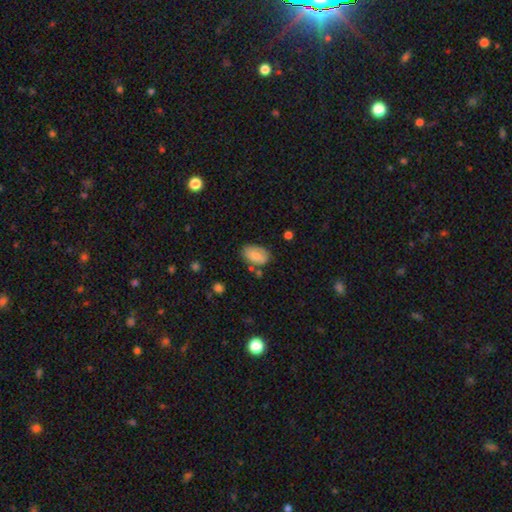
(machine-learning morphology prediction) smooth-or-featured: smooth: 84% | featured or disk: 9% | star or artifact: 7%
  how-rounded: in between: 92% | round: 6% | cigar-shaped: 1%
  merging: none: 69% | minor disturbance: 20% | merger: 6% | major disturbance: 5%